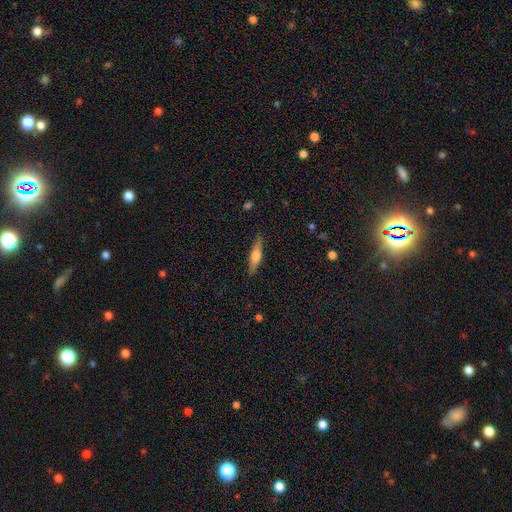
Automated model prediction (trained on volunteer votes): Overall: smooth (51%; featured or disk 43%). How rounded: cigar-shaped (77%). Merging: none (88%).